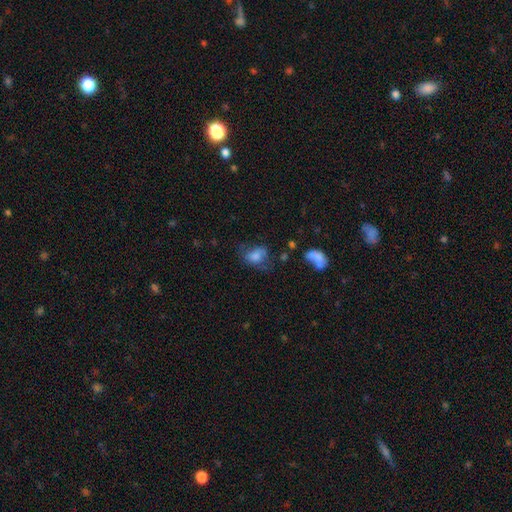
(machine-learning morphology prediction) Q: Smooth or featured?
A: smooth (68%); runner-up: featured or disk (20%)
Q: How rounded?
A: in between (70%); runner-up: round (29%)
Q: Merging?
A: none (36%); runner-up: major disturbance (29%)